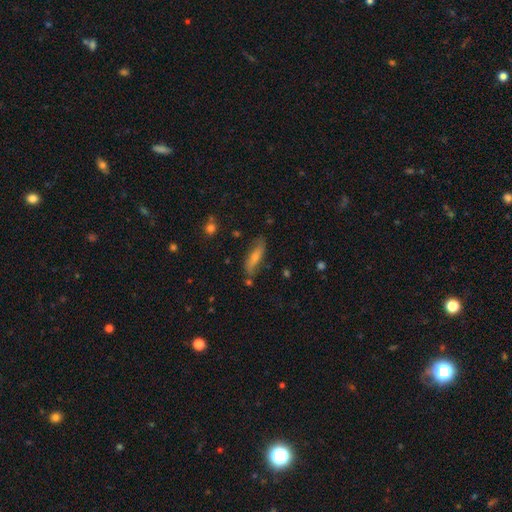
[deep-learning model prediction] smooth_or_featured: smooth (p=0.51) [alt: featured or disk p=0.39]
how_rounded: cigar-shaped (p=0.59) [alt: in between p=0.38]
merging: none (p=0.76) [alt: minor disturbance p=0.17]